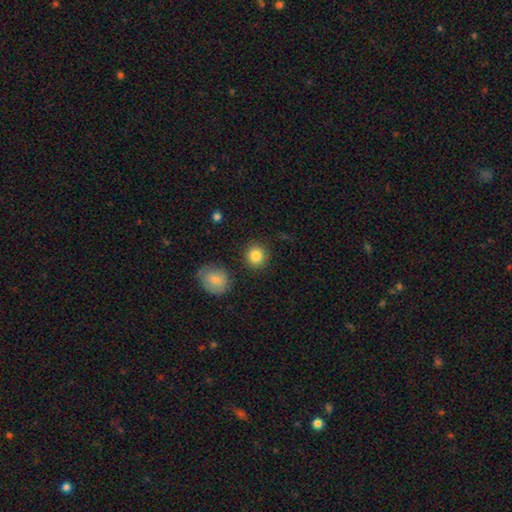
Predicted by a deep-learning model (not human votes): This is clearly a smooth galaxy (86%). How rounded: clearly round (89%). Merging: clearly none (86%).